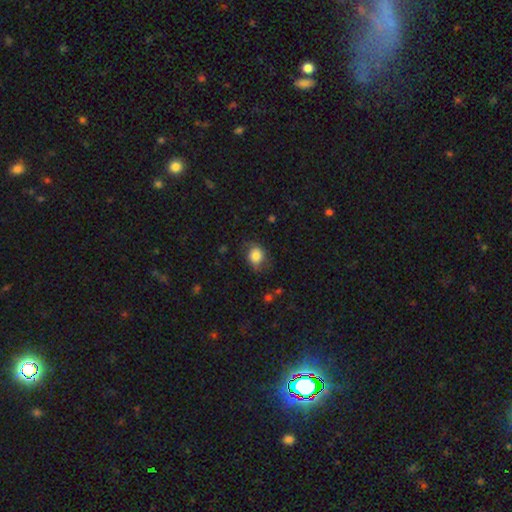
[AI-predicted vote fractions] smooth 80%, featured or disk 11%, star or artifact 9%. Down the decision tree: how rounded — round (57%); merging — none (68%).